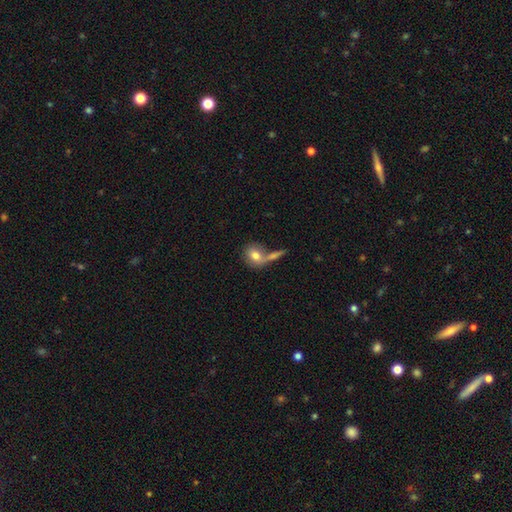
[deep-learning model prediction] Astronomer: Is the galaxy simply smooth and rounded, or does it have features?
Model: smooth — 74%.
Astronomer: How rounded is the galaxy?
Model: round — 54% (runner-up: in between, 43%).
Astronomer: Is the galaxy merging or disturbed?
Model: none — 43% (runner-up: merger, 38%).